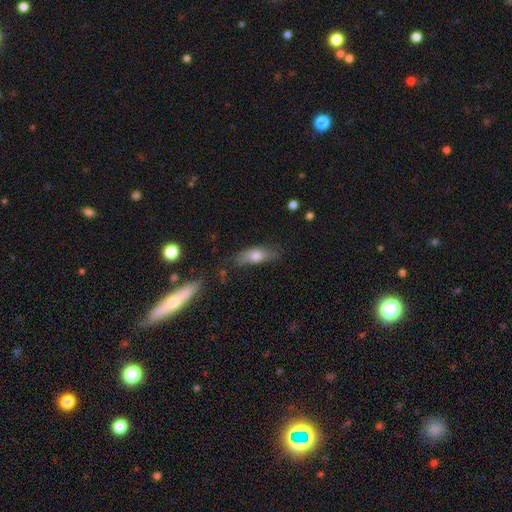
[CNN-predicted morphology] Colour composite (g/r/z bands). It shows a smooth galaxy with no disk features (69%) that is in between round and cigar-shaped (65%). Merging: none (69%).